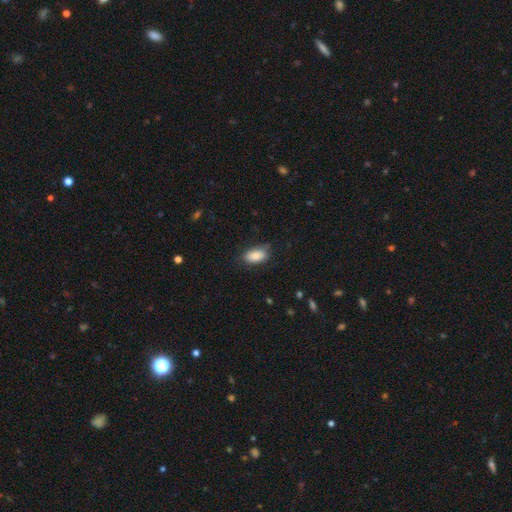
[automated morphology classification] type=smooth (86%); roundness=in between (92%); merging=none (74%).